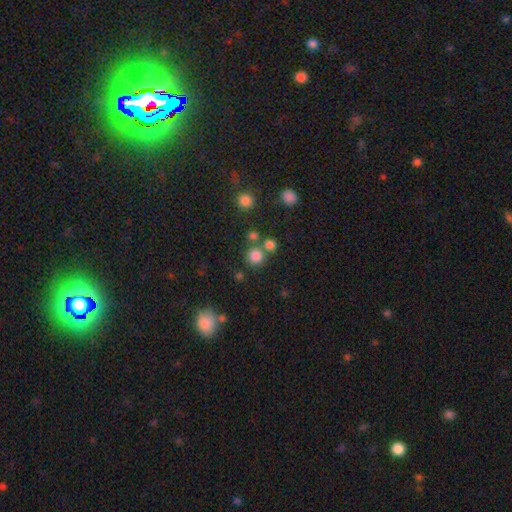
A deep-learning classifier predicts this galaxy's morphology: smooth-or-featured: smooth: 79% | star or artifact: 15% | featured or disk: 5%
  how-rounded: round: 92% | in between: 7% | cigar-shaped: 1%
  merging: none: 72% | merger: 17% | minor disturbance: 7% | major disturbance: 3%